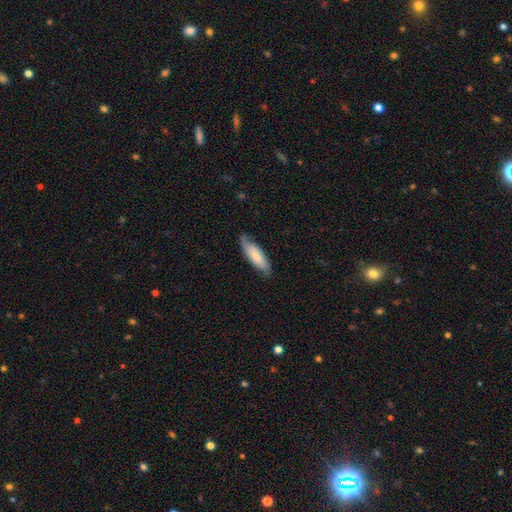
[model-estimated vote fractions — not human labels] Smooth or featured: smooth — 68% (featured or disk — 27%)
How rounded: in between — 53% (cigar-shaped — 45%)
Merging: none — 73% (minor disturbance — 21%)